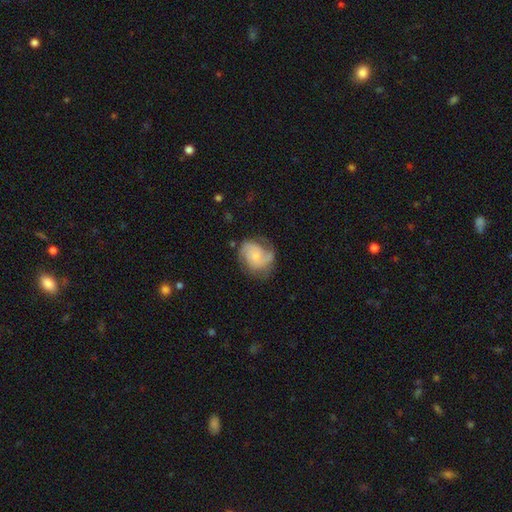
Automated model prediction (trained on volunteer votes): Smooth or featured?
  - featured or disk: 74% *
  - smooth: 19%
  - star or artifact: 6%
Edge-on disk?
  - no: 98% *
  - yes: 2%
Bar?
  - no: 68% *
  - weak: 28%
  - strong: 4%
Spiral arms?
  - yes: 94% *
  - no: 6%
Spiral winding?
  - medium: 46% *
  - tight: 35%
  - loose: 20%
Spiral arm count?
  - 2: 61% *
  - can't tell: 14%
  - 3: 13%
  - 1: 6%
  - 4: 3%
  - more than 4: 3%
Bulge size?
  - small: 57% *
  - moderate: 25%
  - none: 12%
  - large: 4%
  - dominant: 1%
Merging?
  - none: 62% *
  - minor disturbance: 22%
  - major disturbance: 13%
  - merger: 2%